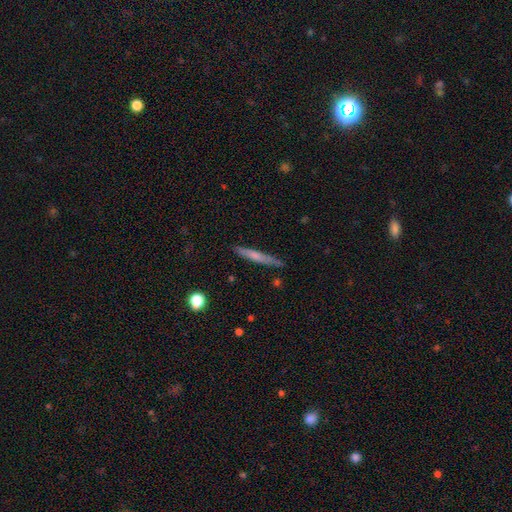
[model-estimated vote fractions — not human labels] A smooth galaxy with no disk features (52%) that is cigar-shaped (94%).

Vote fractions:
- Smooth or featured? smooth: 52% / featured or disk: 42% / star or artifact: 7%
- How rounded? cigar-shaped: 94% / in between: 4% / round: 2%
- Merging? none: 85% / minor disturbance: 11% / major disturbance: 2% / merger: 2%